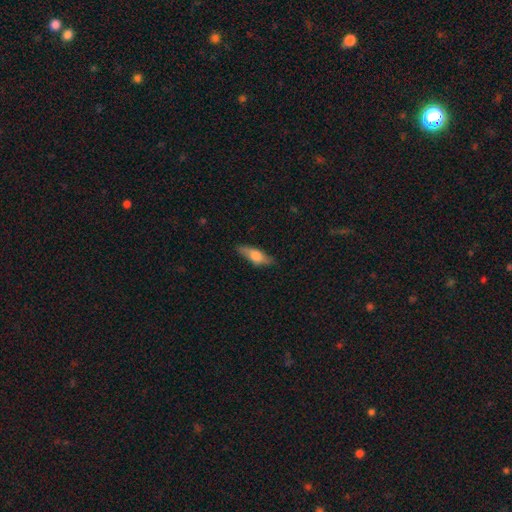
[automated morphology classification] smooth 62%, featured or disk 32%, star or artifact 6%. Down the decision tree: how rounded — in between (57%); merging — none (80%).